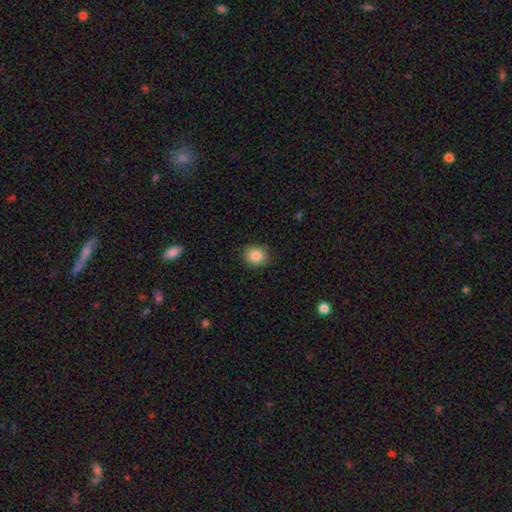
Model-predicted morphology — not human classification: smooth-or-featured: smooth: 86% | star or artifact: 9% | featured or disk: 5%
  how-rounded: round: 69% | in between: 30% | cigar-shaped: 1%
  merging: none: 89% | minor disturbance: 8% | major disturbance: 2% | merger: 1%